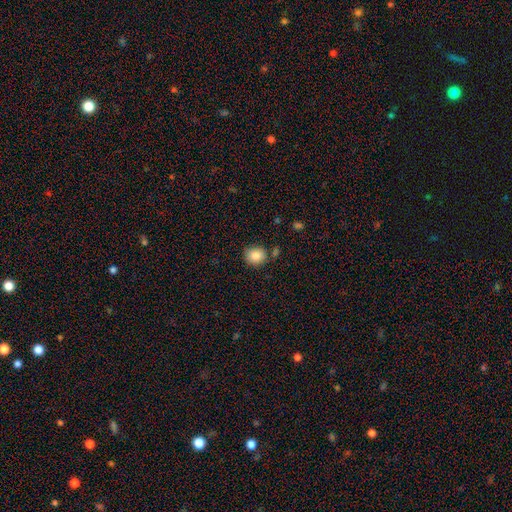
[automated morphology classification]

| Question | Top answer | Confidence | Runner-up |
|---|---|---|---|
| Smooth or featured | smooth | 84% | star or artifact (9%) |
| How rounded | round | 81% | in between (18%) |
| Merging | none | 79% | minor disturbance (12%) |